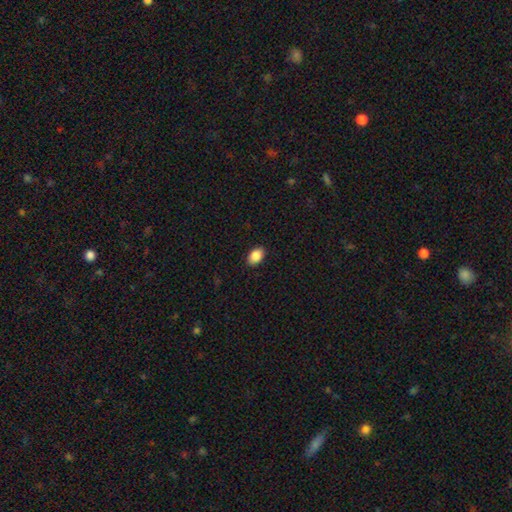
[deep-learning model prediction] Smooth or featured: smooth — 88% (star or artifact — 8%)
How rounded: in between — 87% (round — 12%)
Merging: none — 89% (minor disturbance — 8%)